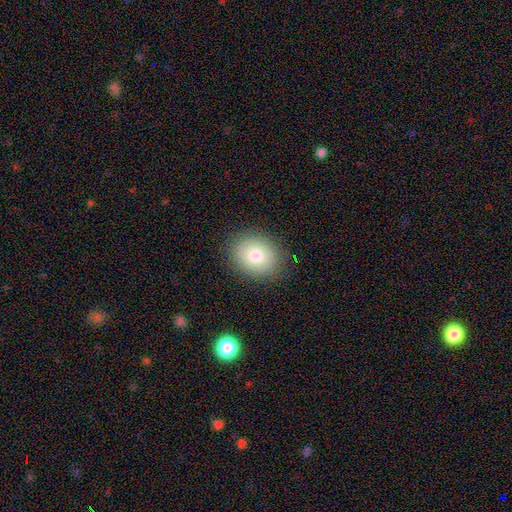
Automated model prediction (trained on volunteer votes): smooth_or_featured: smooth (p=0.80) [alt: featured or disk p=0.11]
how_rounded: round (p=0.55) [alt: in between p=0.44]
merging: none (p=0.87) [alt: minor disturbance p=0.09]